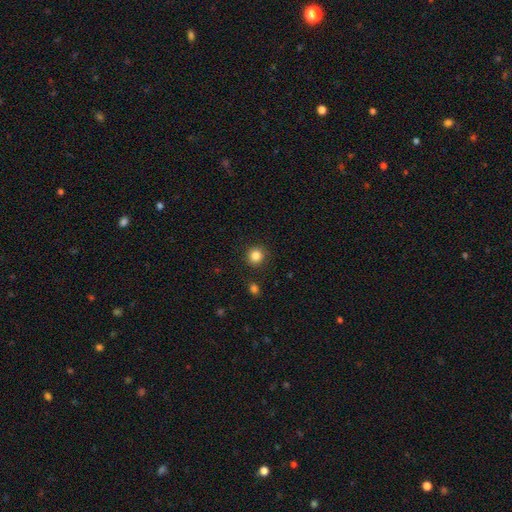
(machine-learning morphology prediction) Smooth or featured? smooth (85%)
How rounded? round (90%)
Merging? none (90%)